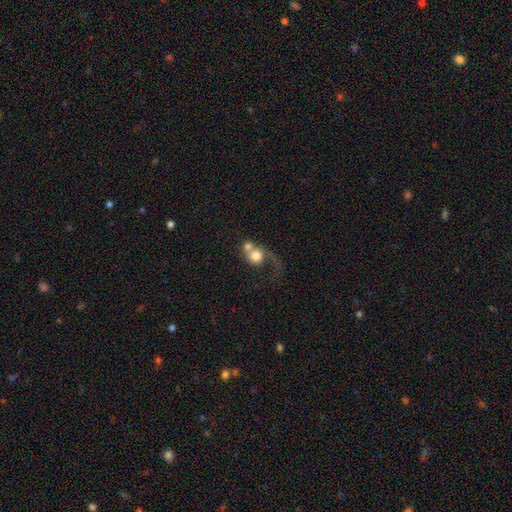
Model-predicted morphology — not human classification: Smooth or featured?
  - smooth: 58% *
  - featured or disk: 33%
  - star or artifact: 9%
How rounded?
  - round: 77% *
  - in between: 21%
  - cigar-shaped: 1%
Merging?
  - merger: 57% *
  - none: 18%
  - major disturbance: 17%
  - minor disturbance: 7%